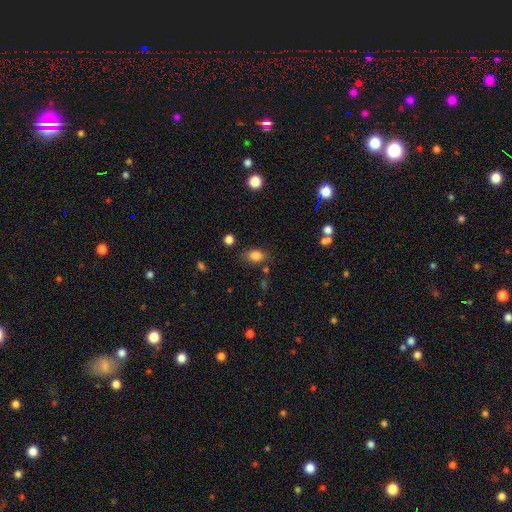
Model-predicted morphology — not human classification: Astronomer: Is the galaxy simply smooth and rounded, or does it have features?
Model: smooth — 83%.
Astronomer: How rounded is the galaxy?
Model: in between — 78%.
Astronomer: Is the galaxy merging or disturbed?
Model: none — 75%.